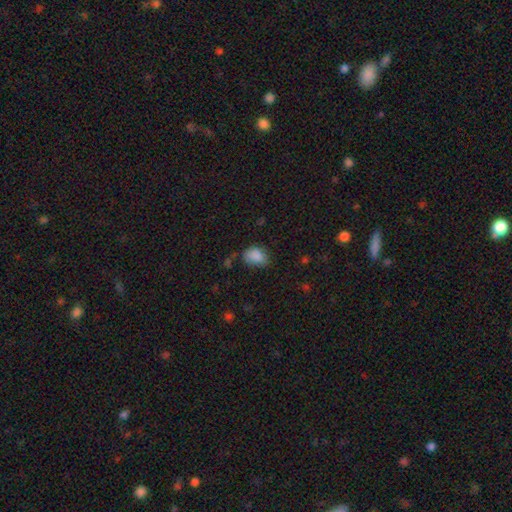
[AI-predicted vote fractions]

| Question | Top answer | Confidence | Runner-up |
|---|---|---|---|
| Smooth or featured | smooth | 86% | star or artifact (9%) |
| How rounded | in between | 78% | round (21%) |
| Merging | none | 61% | minor disturbance (29%) |